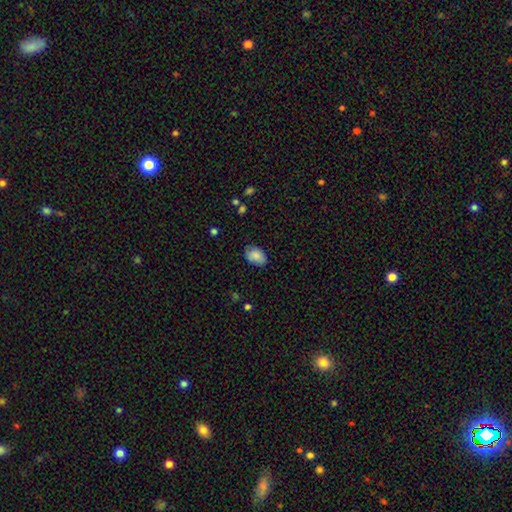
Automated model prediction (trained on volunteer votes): smooth-or-featured: smooth: 85% | featured or disk: 8% | star or artifact: 7%
  how-rounded: in between: 88% | round: 11% | cigar-shaped: 1%
  merging: none: 77% | minor disturbance: 18% | major disturbance: 3% | merger: 1%